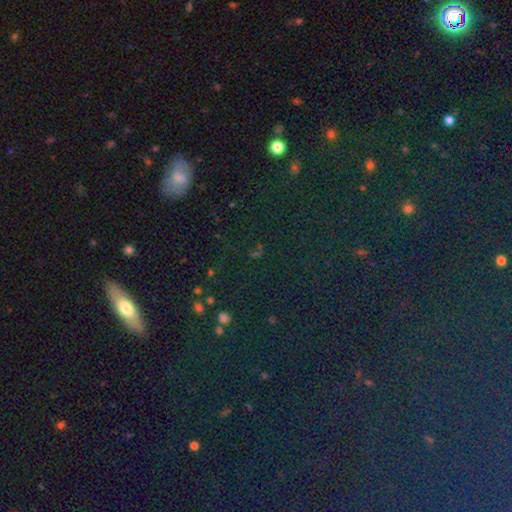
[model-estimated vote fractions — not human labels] Smooth or featured?
  - star or artifact: 53% *
  - smooth: 25%
  - featured or disk: 22%